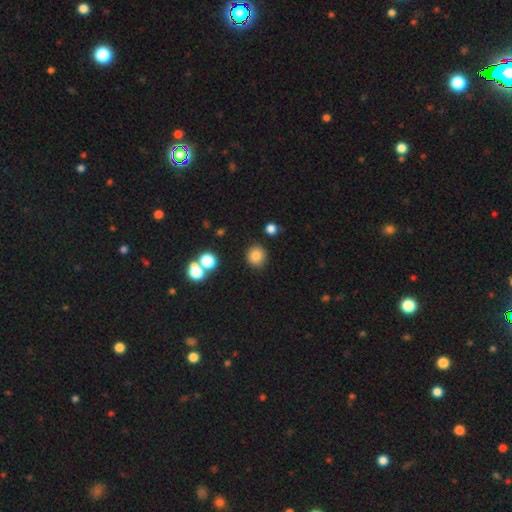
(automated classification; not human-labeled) A smooth galaxy with no disk features (83%) that is round (87%).

Vote fractions:
- Smooth or featured? smooth: 83% / star or artifact: 12% / featured or disk: 5%
- How rounded? round: 87% / in between: 12% / cigar-shaped: 1%
- Merging? none: 86% / minor disturbance: 8% / merger: 4% / major disturbance: 3%